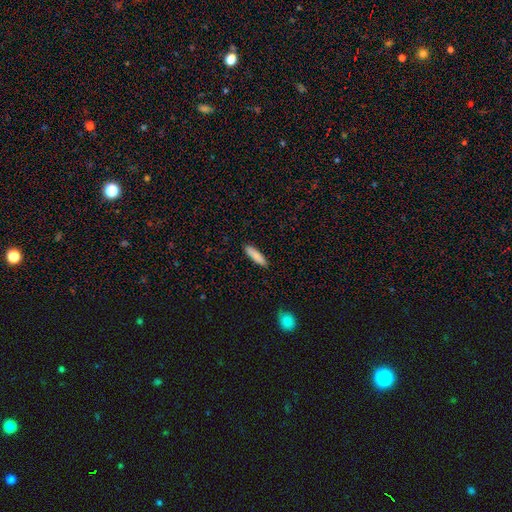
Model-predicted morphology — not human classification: Smooth or featured: smooth — 86% (featured or disk — 8%)
How rounded: cigar-shaped — 72% (in between — 27%)
Merging: none — 89% (minor disturbance — 8%)